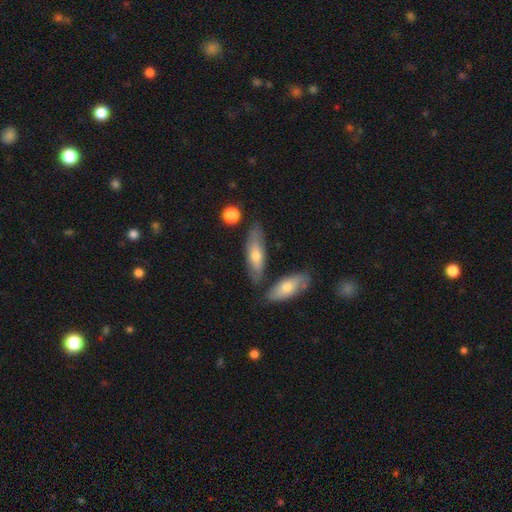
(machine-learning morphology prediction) smooth 56%, featured or disk 38%, star or artifact 6%. Down the decision tree: how rounded — in between (49%, tied with cigar-shaped); merging — none (72%).